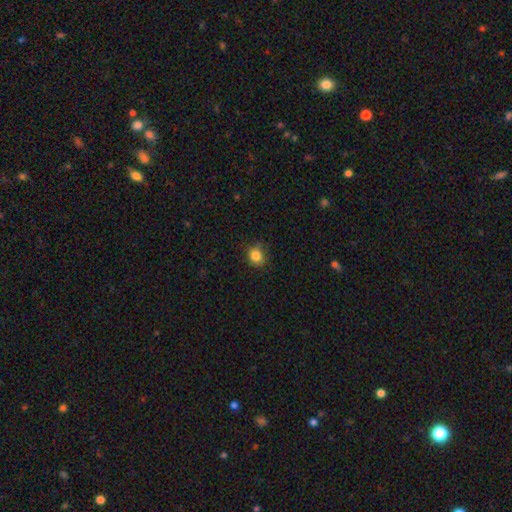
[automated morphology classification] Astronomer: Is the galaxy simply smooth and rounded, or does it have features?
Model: smooth — 84%.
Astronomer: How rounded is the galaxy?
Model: round — 69%.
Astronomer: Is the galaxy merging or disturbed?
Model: none — 82%.